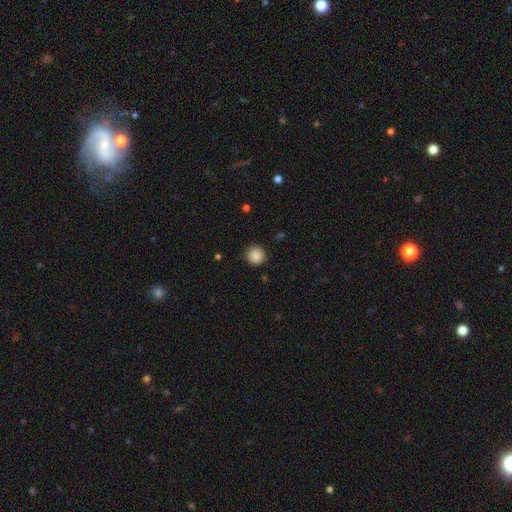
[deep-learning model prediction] Overall: smooth (88%). How rounded: round (94%). Merging: none (90%).